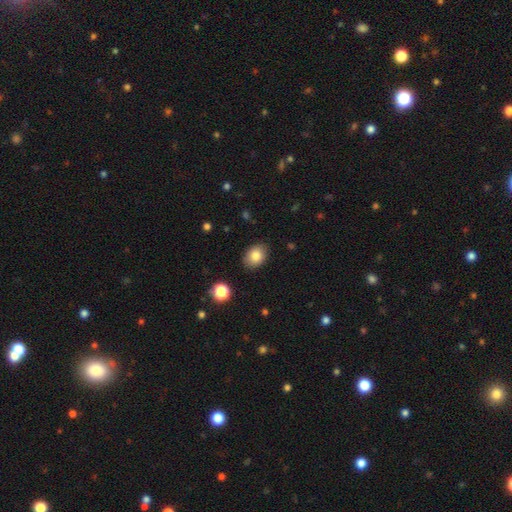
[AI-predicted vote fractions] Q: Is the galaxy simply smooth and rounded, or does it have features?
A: smooth — 82%.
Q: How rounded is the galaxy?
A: in between — 66%.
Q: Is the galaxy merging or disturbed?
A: none — 85%.